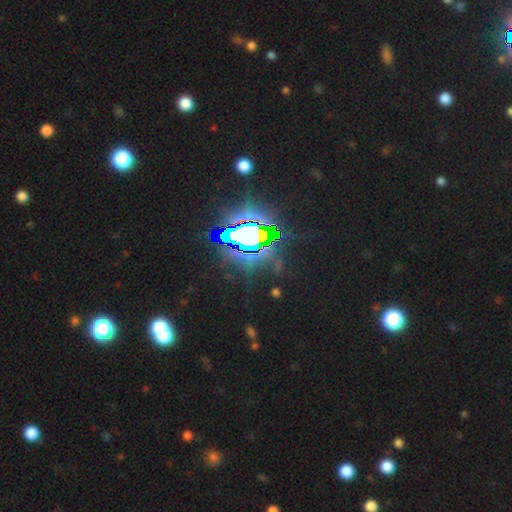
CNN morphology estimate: type=star or artifact (85%).